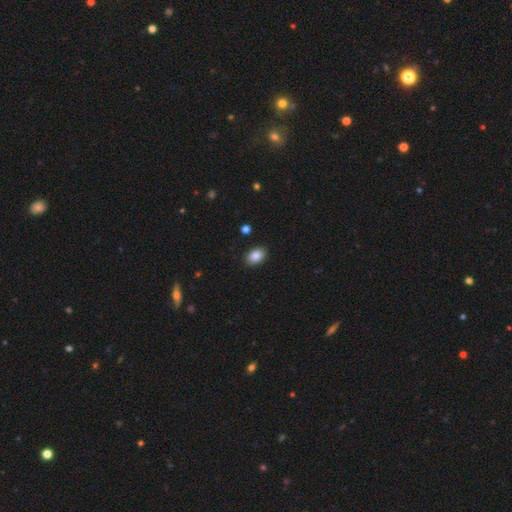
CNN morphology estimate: type=smooth (87%); roundness=in between (85%); merging=none (89%).